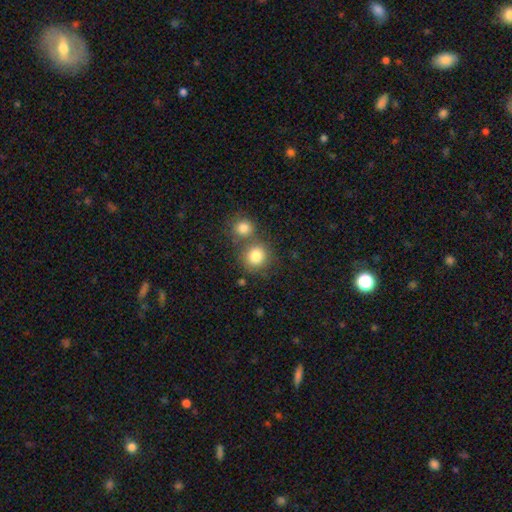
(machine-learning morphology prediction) A smooth galaxy with no disk features (83%) that is round (88%). Merging: none (58%).